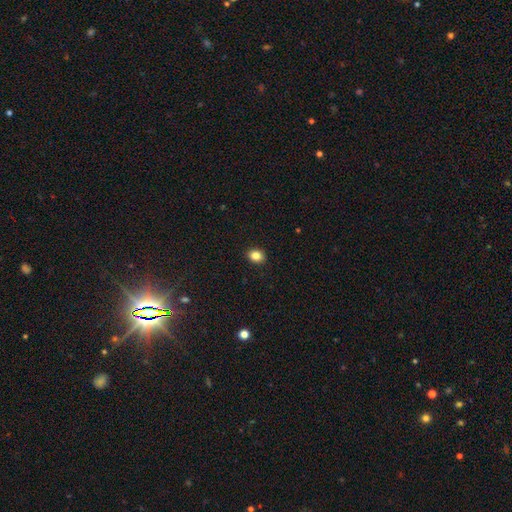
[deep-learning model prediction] Smooth or featured? Predicted: smooth (p=0.84). How rounded? Predicted: in between (p=0.59). Merging? Predicted: none (p=0.91).